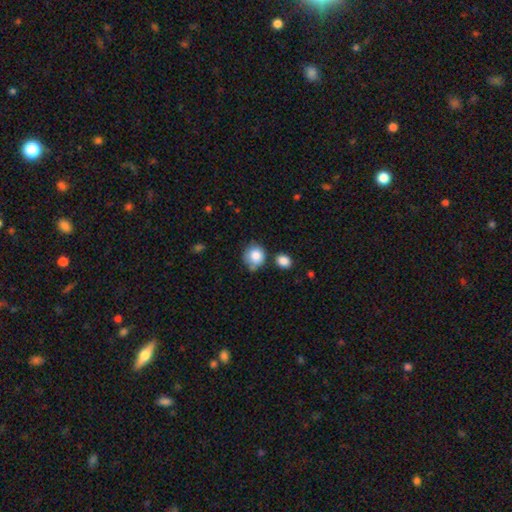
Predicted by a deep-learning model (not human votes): smooth 83%, featured or disk 9%, star or artifact 8%. Down the decision tree: how rounded — round (82%); merging — none (57%).